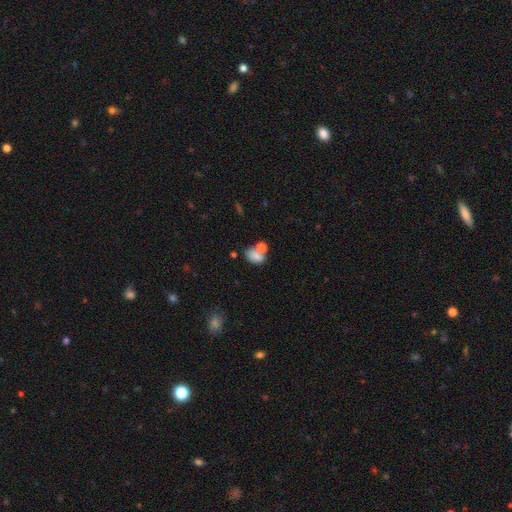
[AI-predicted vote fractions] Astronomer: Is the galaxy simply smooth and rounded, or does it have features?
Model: smooth — 76%.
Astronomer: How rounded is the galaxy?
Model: in between — 76%.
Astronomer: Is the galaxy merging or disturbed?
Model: none — 40% (runner-up: merger, 38%).